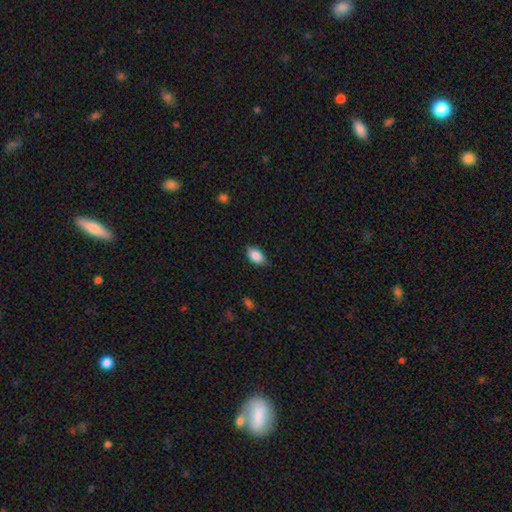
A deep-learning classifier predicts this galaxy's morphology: Overall: smooth (88%). How rounded: in between (92%). Merging: none (82%).